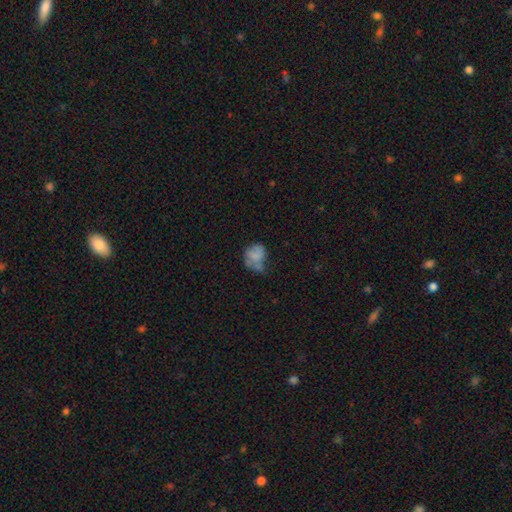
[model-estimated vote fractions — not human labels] Smooth or featured: smooth — 67% (featured or disk — 22%)
How rounded: round — 58% (in between — 41%)
Merging: minor disturbance — 35% (none — 31%)